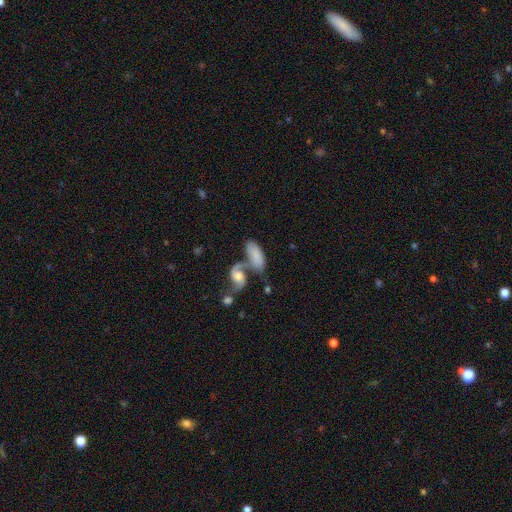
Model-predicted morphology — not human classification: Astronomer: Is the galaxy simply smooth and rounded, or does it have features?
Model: smooth — 63%.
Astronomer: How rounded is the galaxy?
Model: in between — 84%.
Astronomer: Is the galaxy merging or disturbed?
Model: merger — 50% (runner-up: none, 27%).